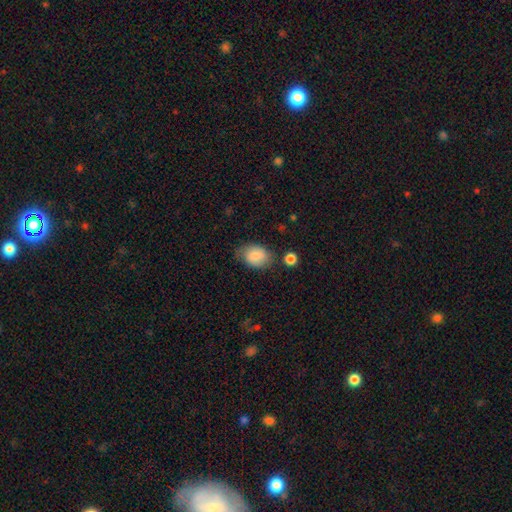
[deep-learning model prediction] Overall: smooth (83%). How rounded: in between (70%). Merging: none (65%).